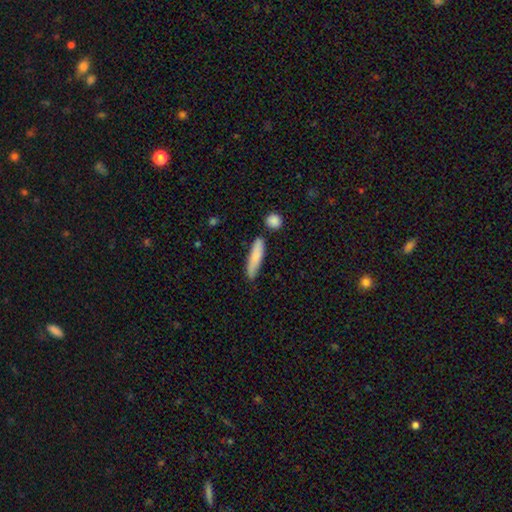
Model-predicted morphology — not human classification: Smooth or featured? smooth (80%)
How rounded? cigar-shaped (82%)
Merging? none (76%)